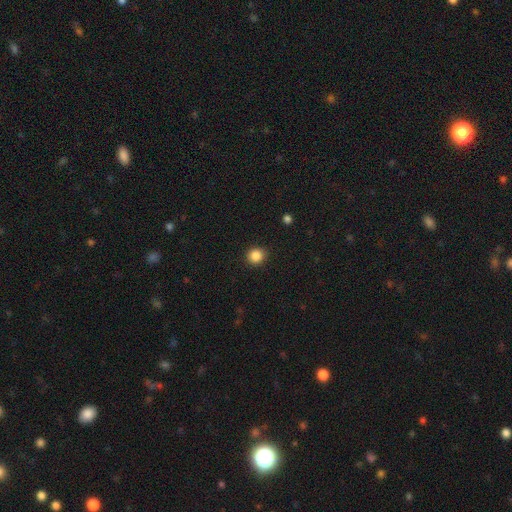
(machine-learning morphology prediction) A smooth galaxy with no disk features (87%) that is round (90%). Merging: none (91%).